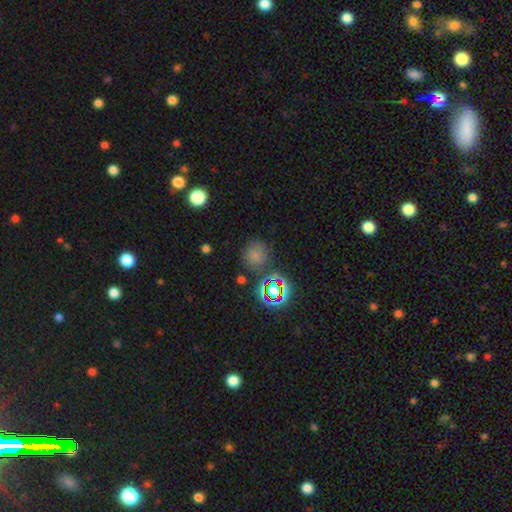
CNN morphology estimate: smooth-or-featured: smooth: 67% | star or artifact: 25% | featured or disk: 9%
  how-rounded: round: 87% | in between: 12% | cigar-shaped: 1%
  merging: none: 72% | minor disturbance: 15% | merger: 7% | major disturbance: 6%